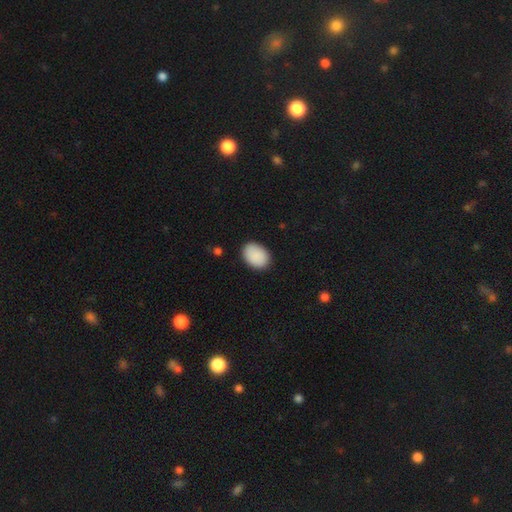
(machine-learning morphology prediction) Overall: smooth (90%). How rounded: in between (79%). Merging: none (87%).